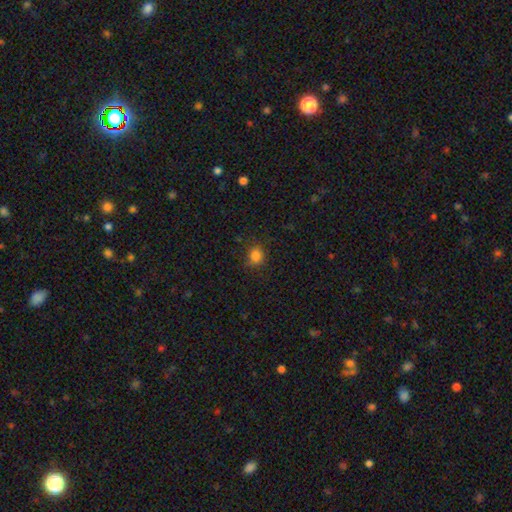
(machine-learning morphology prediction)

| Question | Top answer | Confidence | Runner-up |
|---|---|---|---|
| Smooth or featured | smooth | 82% | star or artifact (13%) |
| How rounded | round | 68% | in between (31%) |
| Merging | none | 78% | minor disturbance (16%) |